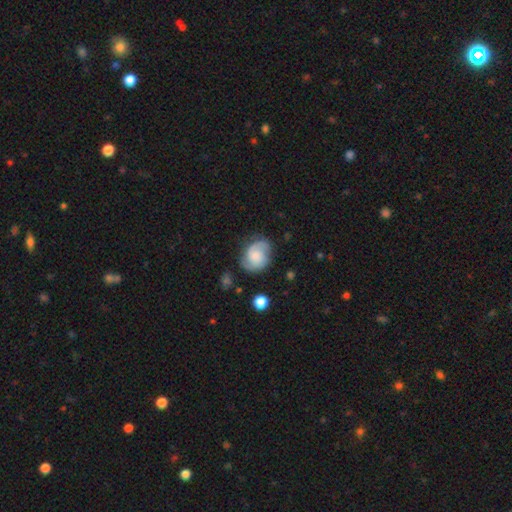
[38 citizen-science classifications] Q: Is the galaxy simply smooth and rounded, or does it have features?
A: featured or disk — 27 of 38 (71%).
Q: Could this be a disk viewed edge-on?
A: no — 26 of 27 (96%).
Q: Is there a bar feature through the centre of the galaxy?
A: no — 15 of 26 (58%).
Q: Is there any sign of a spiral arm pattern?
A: yes — 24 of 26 (92%).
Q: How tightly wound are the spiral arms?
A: medium — 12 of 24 (50%).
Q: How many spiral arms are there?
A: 2 — 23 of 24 (96%).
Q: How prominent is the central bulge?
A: small — 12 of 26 (46%).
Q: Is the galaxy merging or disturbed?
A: none — 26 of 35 (74%).